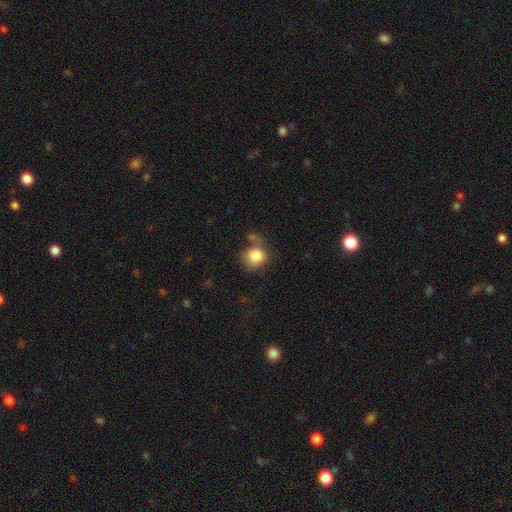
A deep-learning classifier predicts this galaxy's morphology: A smooth galaxy with no disk features (85%) that is round (77%). Merging: none (47%).